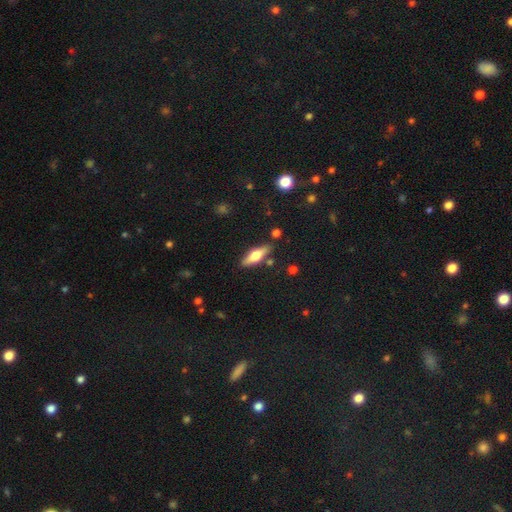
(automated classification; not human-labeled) Smooth or featured? featured or disk (50%)
Merging? none (85%)